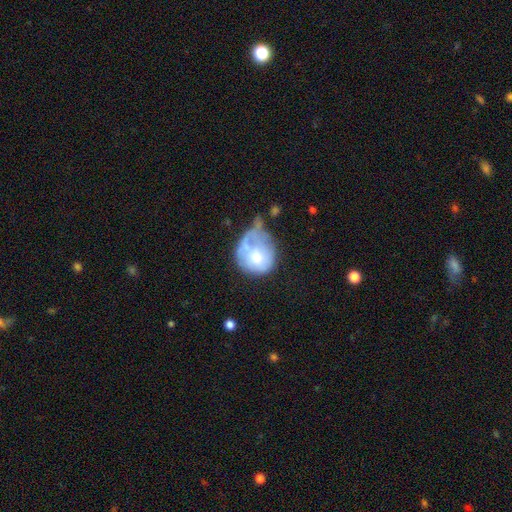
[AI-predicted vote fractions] Smooth or featured? Predicted: smooth (p=0.54). How rounded? Predicted: round (p=0.71). Merging? Predicted: major disturbance (p=0.36).